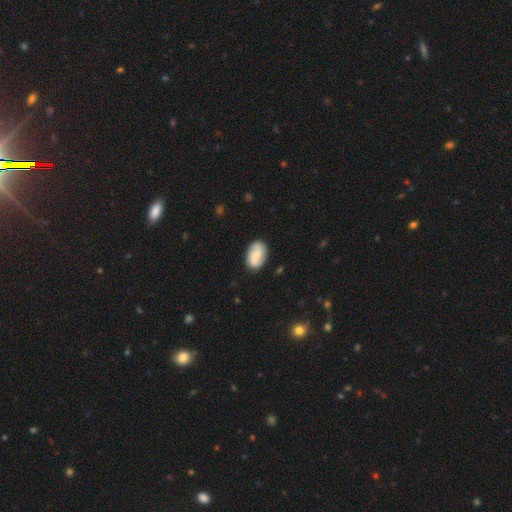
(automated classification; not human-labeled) smooth_or_featured: smooth (p=0.56) [alt: featured or disk p=0.37]
how_rounded: in between (p=0.89) [alt: round p=0.10]
merging: none (p=0.82) [alt: minor disturbance p=0.13]